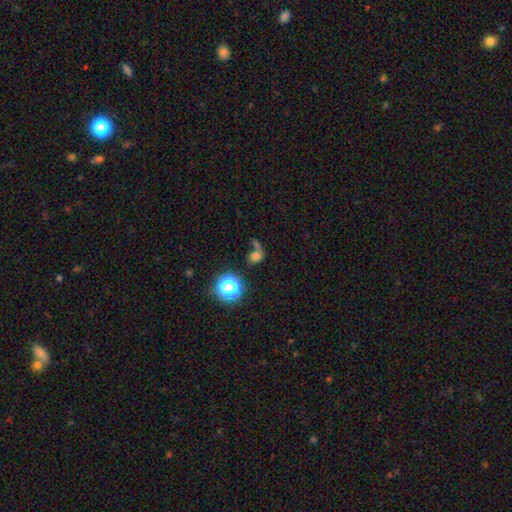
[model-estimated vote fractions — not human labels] Smooth or featured?
  - smooth: 63% *
  - star or artifact: 22%
  - featured or disk: 15%
How rounded?
  - round: 61% *
  - in between: 36%
  - cigar-shaped: 2%
Merging?
  - merger: 34% *
  - none: 32%
  - major disturbance: 20%
  - minor disturbance: 13%